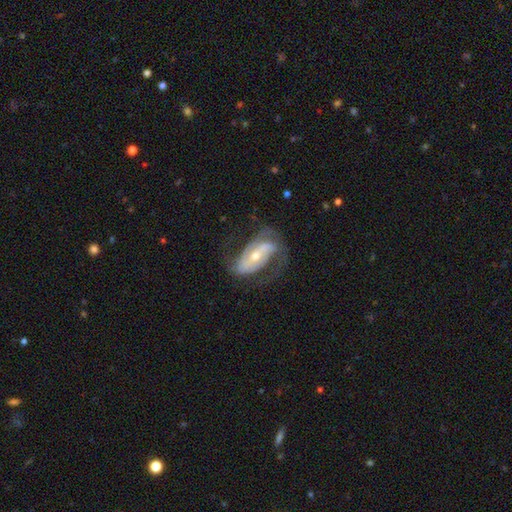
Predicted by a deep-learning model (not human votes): Smooth or featured? Predicted: featured or disk (p=0.82). Edge-on disk? Predicted: no (p=0.94). Bar? Predicted: strong (p=0.42). Spiral arms? Predicted: yes (p=0.91). Spiral winding? Predicted: medium (p=0.45). Spiral arm count? Predicted: 2 (p=0.74). Bulge size? Predicted: moderate (p=0.51). Merging? Predicted: none (p=0.58).